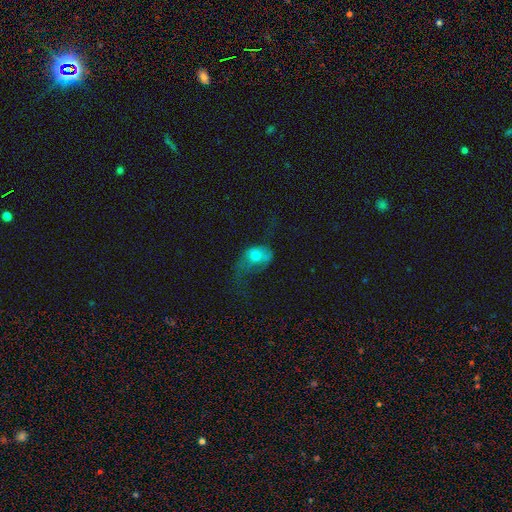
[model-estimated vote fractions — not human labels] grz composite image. It shows a smooth galaxy with no disk features (57%) that is in between round and cigar-shaped (71%). Merging: major disturbance (57%).